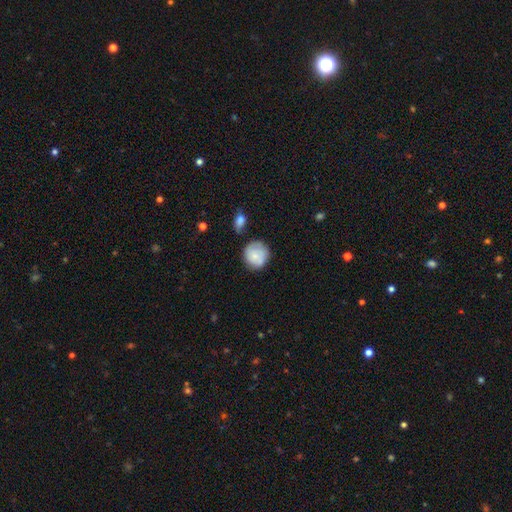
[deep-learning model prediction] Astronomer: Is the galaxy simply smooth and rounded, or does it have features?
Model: smooth — 72%.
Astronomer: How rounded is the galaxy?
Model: round — 89%.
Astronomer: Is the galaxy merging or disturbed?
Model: none — 66%.